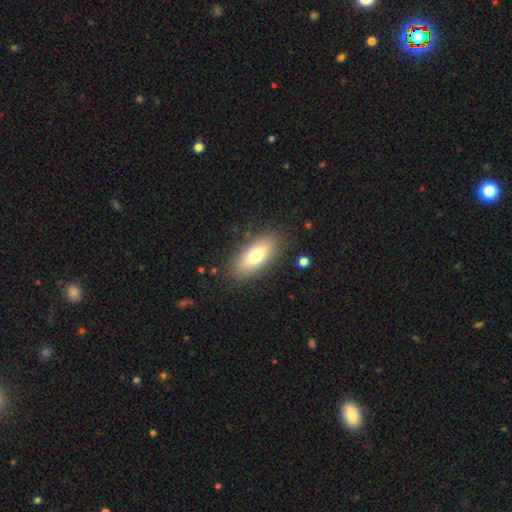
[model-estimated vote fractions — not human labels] Smooth or featured: smooth — 75% (featured or disk — 18%)
How rounded: in between — 87% (cigar-shaped — 10%)
Merging: none — 85% (minor disturbance — 10%)